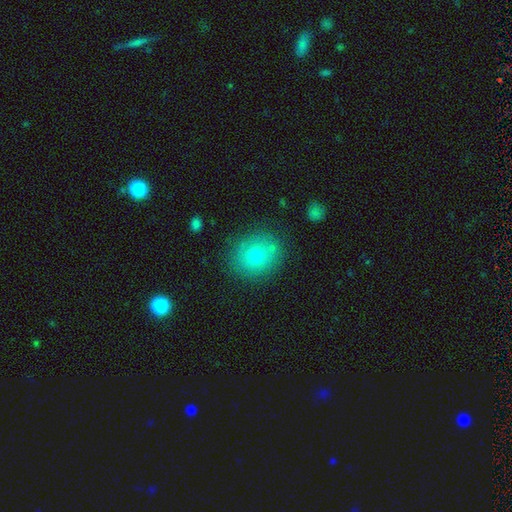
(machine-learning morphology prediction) The model was most divided on "smooth or featured": smooth: 71%, featured or disk: 17%, star or artifact: 11%. More confident: merging — none (80%); how rounded — round (77%).